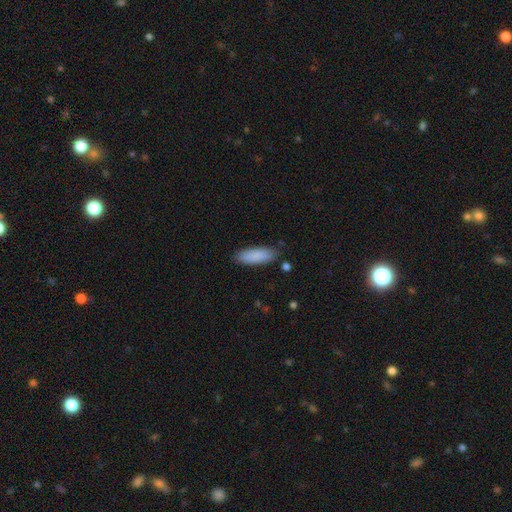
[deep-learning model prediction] This appears to be a smooth galaxy with no disk features (88%) that is in between round and cigar-shaped (63%). Merging: none (85%).